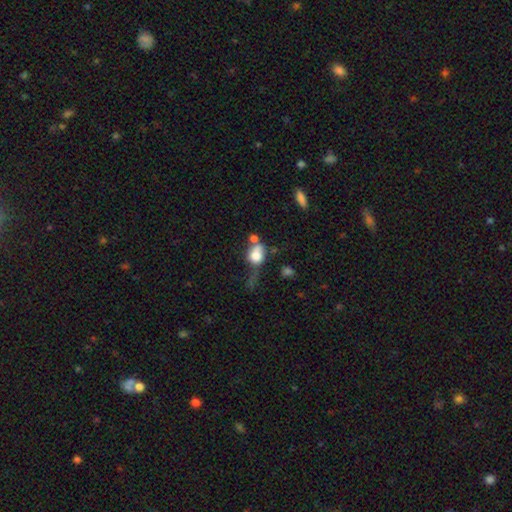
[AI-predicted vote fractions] This appears to be a smooth galaxy with no disk features (67%) that is in between round and cigar-shaped (53%). Merging: merger (32%).